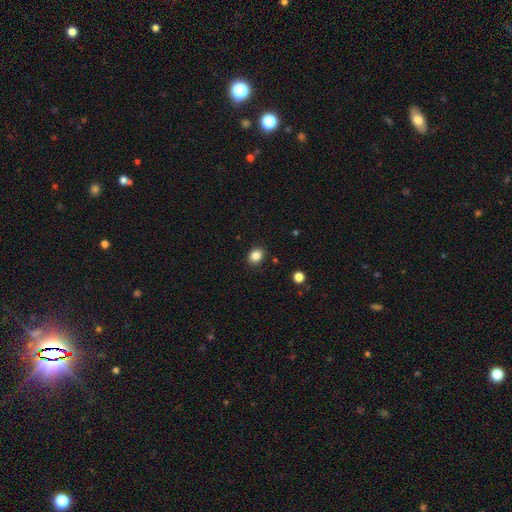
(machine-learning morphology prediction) smooth-or-featured: smooth: 85% | star or artifact: 10% | featured or disk: 5%
  how-rounded: round: 51% | in between: 48% | cigar-shaped: 1%
  merging: none: 89% | minor disturbance: 8% | major disturbance: 2% | merger: 1%